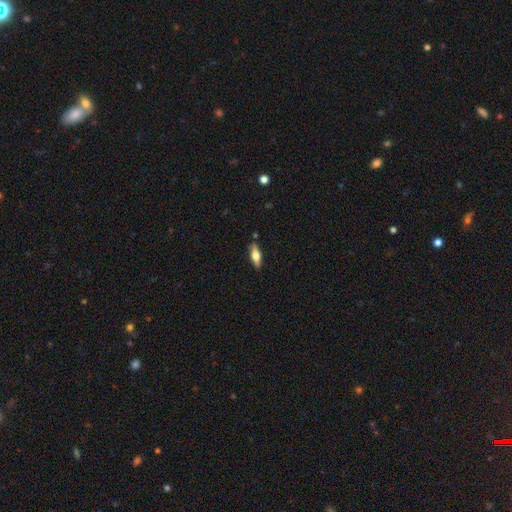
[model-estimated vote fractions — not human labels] Overall: smooth (47%, tied with featured or disk). Merging: none (86%).